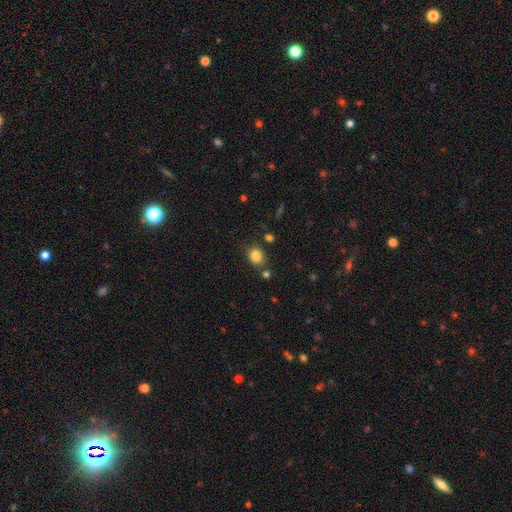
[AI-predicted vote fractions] Smooth or featured: smooth — 83% (star or artifact — 11%)
How rounded: round — 55% (in between — 44%)
Merging: none — 74% (minor disturbance — 14%)